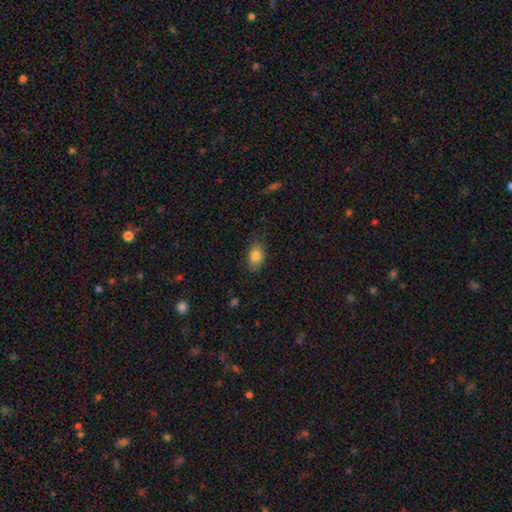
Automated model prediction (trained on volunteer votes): A smooth galaxy with no disk features (84%) that is in between round and cigar-shaped (81%). Merging: none (82%).